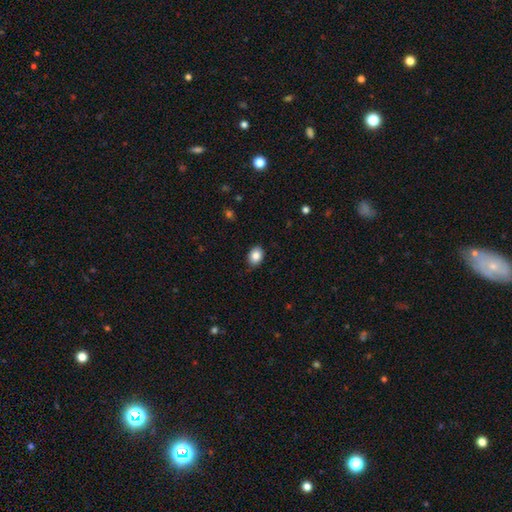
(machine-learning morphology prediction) This appears to be a smooth galaxy with no disk features (86%) that is in between round and cigar-shaped (66%). Merging: none (80%).